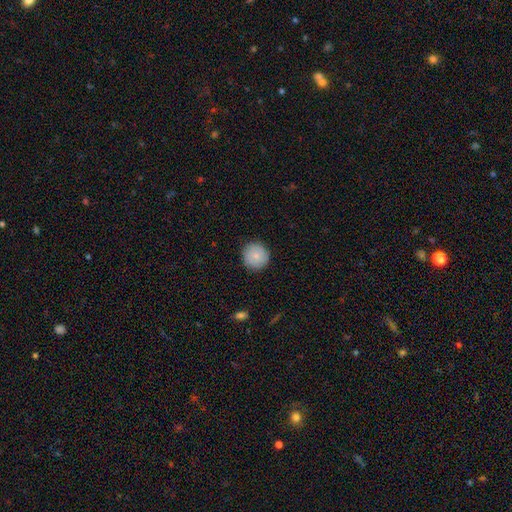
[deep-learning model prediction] Smooth or featured?
  - smooth: 81% *
  - featured or disk: 12%
  - star or artifact: 7%
How rounded?
  - round: 94% *
  - in between: 5%
  - cigar-shaped: 1%
Merging?
  - none: 88% *
  - minor disturbance: 9%
  - major disturbance: 2%
  - merger: 1%